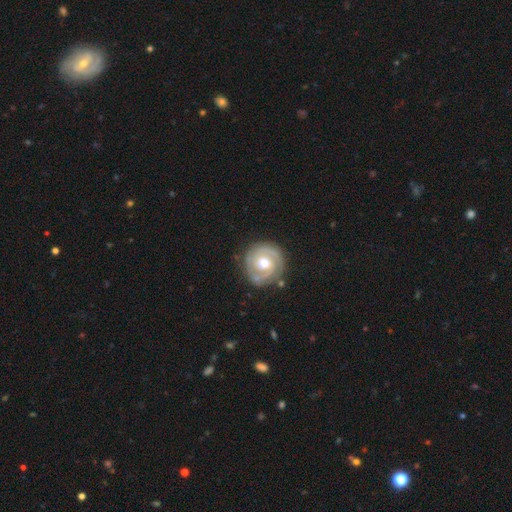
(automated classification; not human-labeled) Smooth or featured? Predicted: featured or disk (p=0.76). Edge-on disk? Predicted: no (p=0.98). Bar? Predicted: no (p=0.74). Spiral arms? Predicted: yes (p=0.83). Spiral winding? Predicted: tight (p=0.65). Spiral arm count? Predicted: 2 (p=0.59). Bulge size? Predicted: moderate (p=0.81). Merging? Predicted: none (p=0.80).